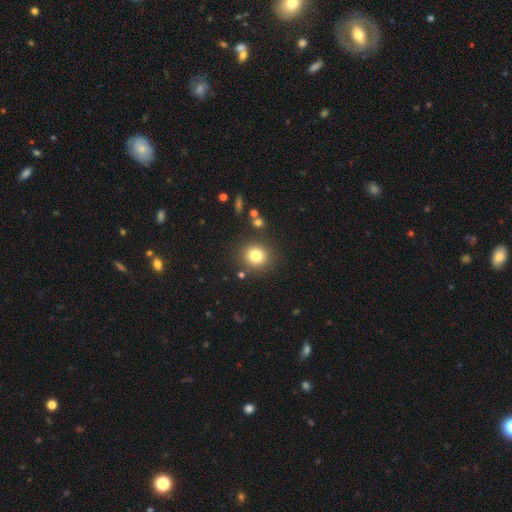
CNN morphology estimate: Smooth or featured? Predicted: smooth (p=0.80). How rounded? Predicted: round (p=0.88). Merging? Predicted: none (p=0.85).